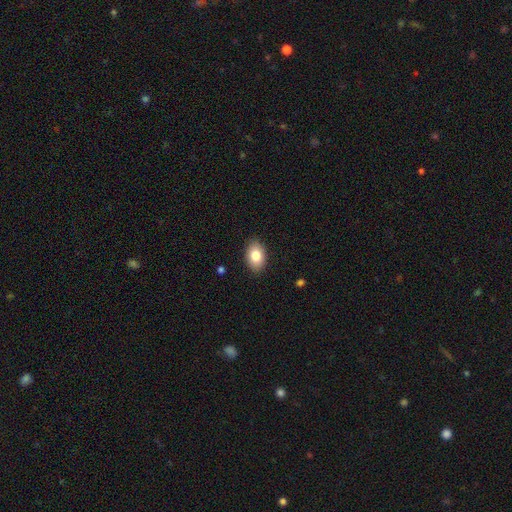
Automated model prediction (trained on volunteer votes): Smooth or featured? smooth (82%)
How rounded? in between (87%)
Merging? none (88%)